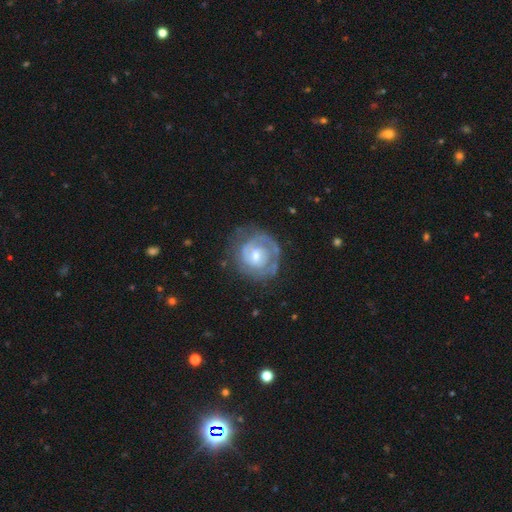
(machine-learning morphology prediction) type=featured or disk (79%); edge-on=no (98%); bar=no (66%); spiral arms=yes (85%); winding=tight (72%); arm count=2 (35%); bulge=small (48%); merging=none (72%).